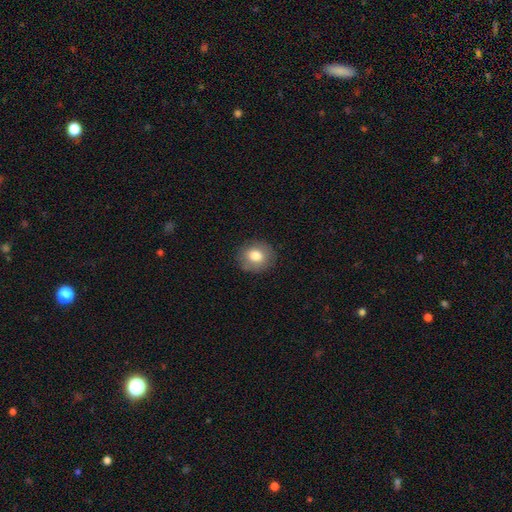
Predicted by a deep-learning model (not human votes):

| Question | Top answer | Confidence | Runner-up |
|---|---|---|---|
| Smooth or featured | smooth | 79% | featured or disk (12%) |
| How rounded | round | 77% | in between (22%) |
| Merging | none | 87% | minor disturbance (9%) |